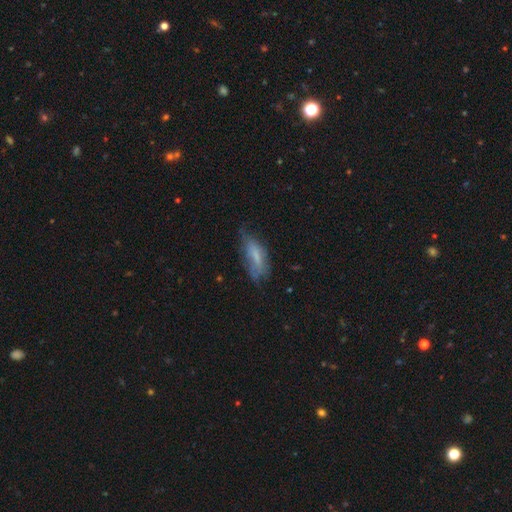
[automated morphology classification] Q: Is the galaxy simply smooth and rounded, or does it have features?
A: smooth — 57%.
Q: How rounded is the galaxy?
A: in between — 62%.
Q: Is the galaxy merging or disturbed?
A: none — 42%.